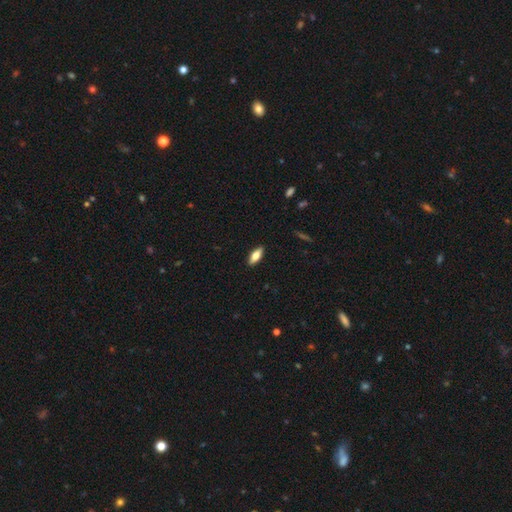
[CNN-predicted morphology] Smooth or featured?
  - smooth: 72% *
  - featured or disk: 22%
  - star or artifact: 7%
How rounded?
  - in between: 75% *
  - cigar-shaped: 23%
  - round: 2%
Merging?
  - none: 90% *
  - minor disturbance: 8%
  - major disturbance: 2%
  - merger: 1%